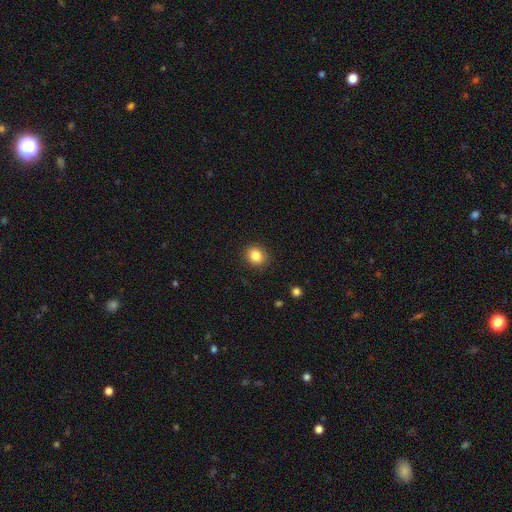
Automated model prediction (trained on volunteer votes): smooth-or-featured: smooth: 84% | star or artifact: 10% | featured or disk: 6%
  how-rounded: round: 77% | in between: 22% | cigar-shaped: 1%
  merging: none: 89% | minor disturbance: 7% | major disturbance: 2% | merger: 1%